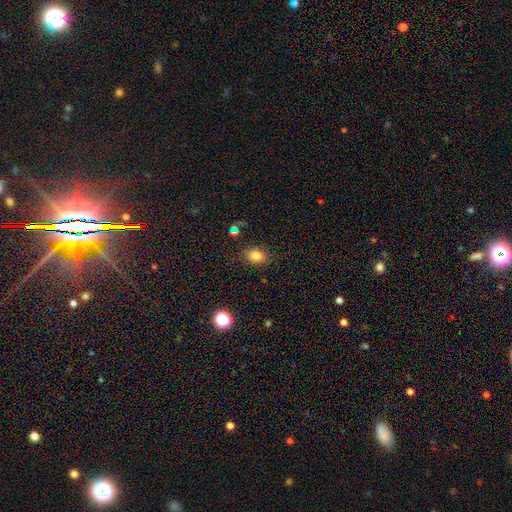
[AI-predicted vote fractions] This is clearly a smooth galaxy (80%). How rounded: possibly in between (52%). Merging: clearly none (81%).